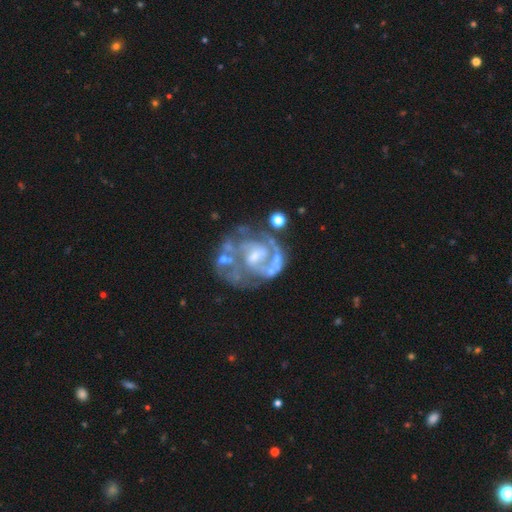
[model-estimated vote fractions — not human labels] This appears to be a featured or disk galaxy (85%) with no bar (49%), 2 (44%) tight (44%) spiral arms (81%) and a small central bulge (44%). Merging: none (51%).